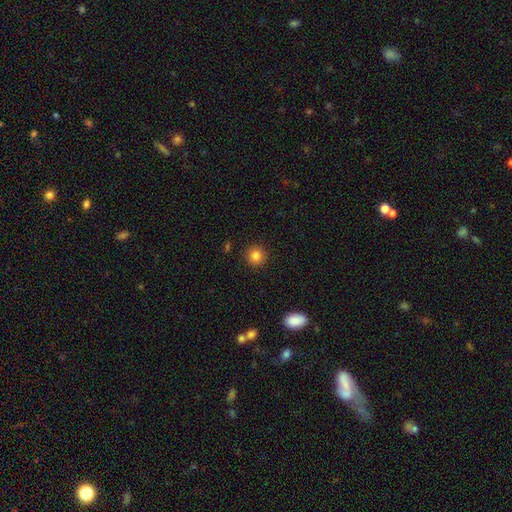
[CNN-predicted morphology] Smooth or featured?
  - smooth: 83% *
  - star or artifact: 11%
  - featured or disk: 6%
How rounded?
  - round: 94% *
  - in between: 5%
  - cigar-shaped: 1%
Merging?
  - none: 92% *
  - minor disturbance: 5%
  - major disturbance: 2%
  - merger: 1%